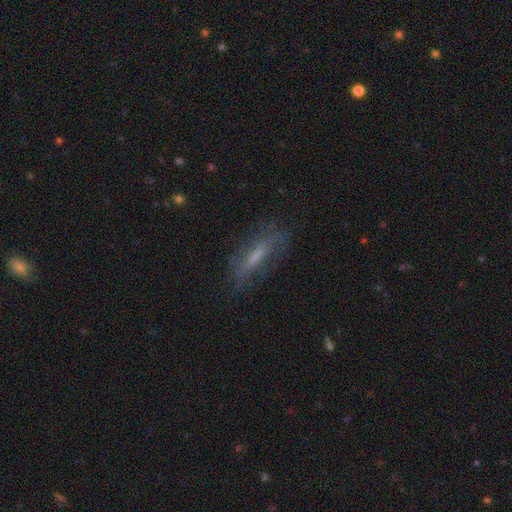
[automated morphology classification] featured or disk 46%, smooth 43%, star or artifact 11%. Down the decision tree: merging — none (71%).